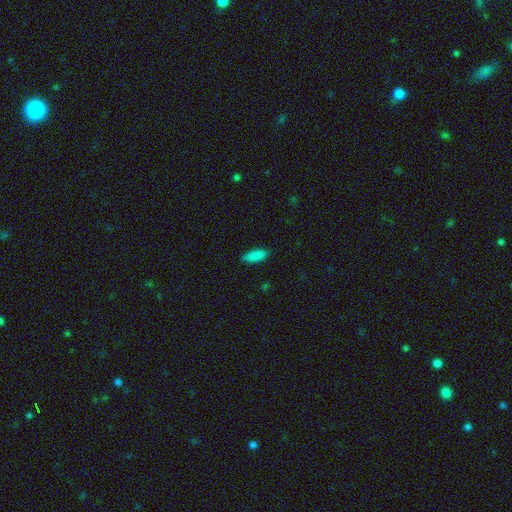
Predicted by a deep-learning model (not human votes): This appears to be a smooth galaxy with no disk features (88%) that is in between round and cigar-shaped (67%). Merging: none (87%).